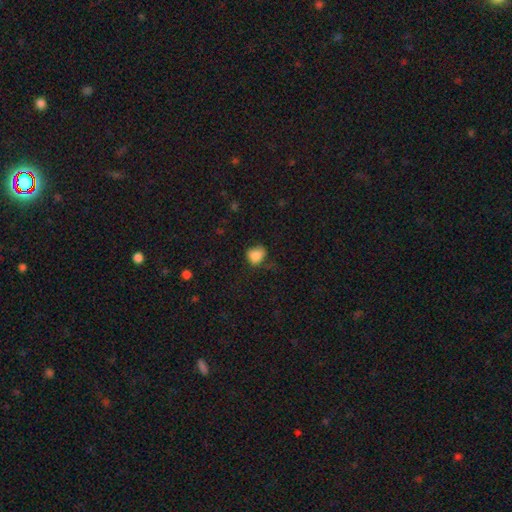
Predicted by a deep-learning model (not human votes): A smooth galaxy with no disk features (84%) that is round (62%).

Vote fractions:
- Smooth or featured? smooth: 84% / star or artifact: 9% / featured or disk: 6%
- How rounded? round: 62% / in between: 37% / cigar-shaped: 1%
- Merging? none: 46% / minor disturbance: 34% / major disturbance: 18% / merger: 2%